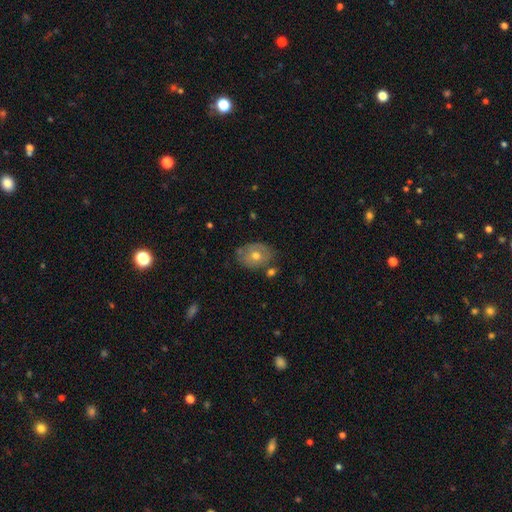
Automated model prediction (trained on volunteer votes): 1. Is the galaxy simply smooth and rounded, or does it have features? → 51% smooth, 41% featured or disk, 9% star or artifact.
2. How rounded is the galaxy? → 61% in between, 38% round, 1% cigar-shaped.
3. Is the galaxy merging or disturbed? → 69% none, 19% minor disturbance, 7% merger, 5% major disturbance.